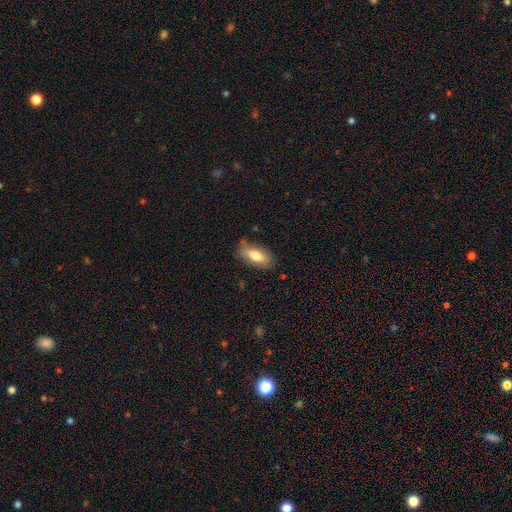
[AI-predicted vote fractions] A smooth galaxy with no disk features (75%) that is in between round and cigar-shaped (80%).

Vote fractions:
- Smooth or featured? smooth: 75% / featured or disk: 18% / star or artifact: 7%
- How rounded? in between: 80% / cigar-shaped: 17% / round: 3%
- Merging? none: 73% / minor disturbance: 21% / major disturbance: 4% / merger: 2%